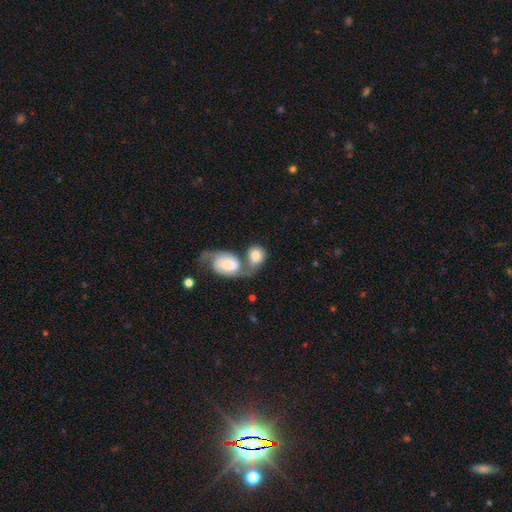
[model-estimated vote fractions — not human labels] Smooth or featured: smooth — 67% (featured or disk — 27%)
How rounded: in between — 53% (round — 45%)
Merging: merger — 61% (none — 21%)